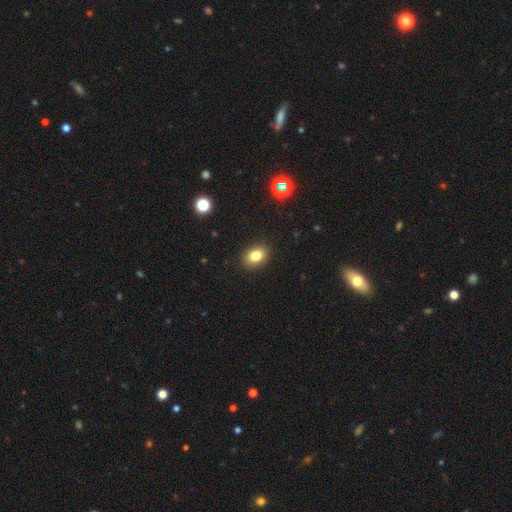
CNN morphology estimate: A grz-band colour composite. It shows a smooth galaxy with no disk features (82%) that is in between round and cigar-shaped (77%). Merging: none (89%).